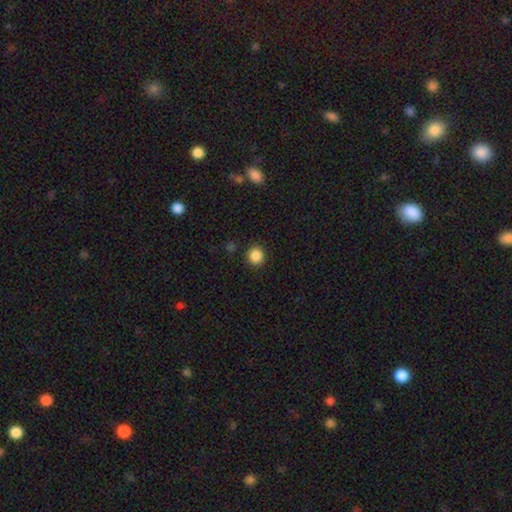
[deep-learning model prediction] A smooth galaxy with no disk features (87%) that is round (92%).

Vote fractions:
- Smooth or featured? smooth: 87% / star or artifact: 11% / featured or disk: 3%
- How rounded? round: 92% / in between: 7% / cigar-shaped: 1%
- Merging? none: 91% / minor disturbance: 5% / major disturbance: 2% / merger: 2%